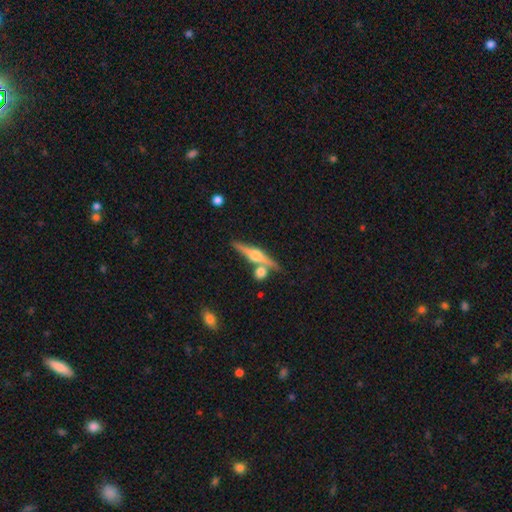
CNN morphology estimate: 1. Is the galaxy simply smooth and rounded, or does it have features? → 76% featured or disk, 17% smooth, 7% star or artifact.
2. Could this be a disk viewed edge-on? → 97% yes, 3% no.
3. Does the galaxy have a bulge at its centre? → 93% rounded, 4% boxy, 2% none.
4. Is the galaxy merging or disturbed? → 72% none, 15% merger, 10% minor disturbance, 3% major disturbance.